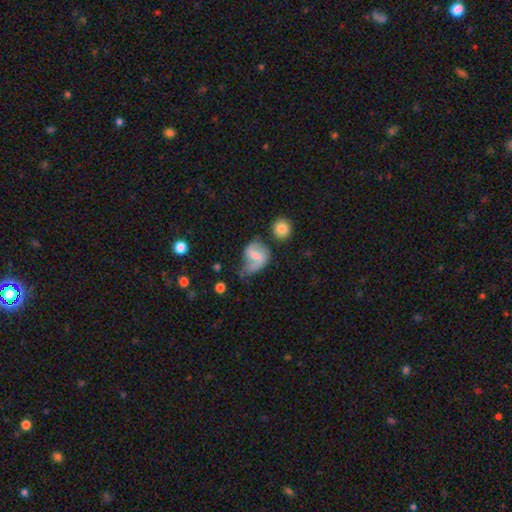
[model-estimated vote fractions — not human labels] This appears to be a featured or disk galaxy (52%). Merging: minor disturbance (33%).